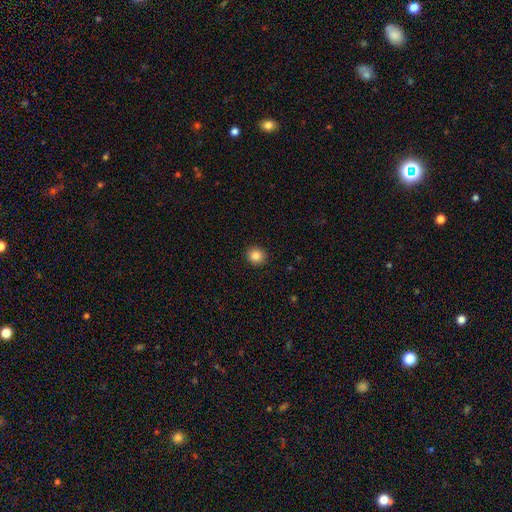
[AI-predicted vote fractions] Overall: smooth (86%). How rounded: round (87%). Merging: none (92%).